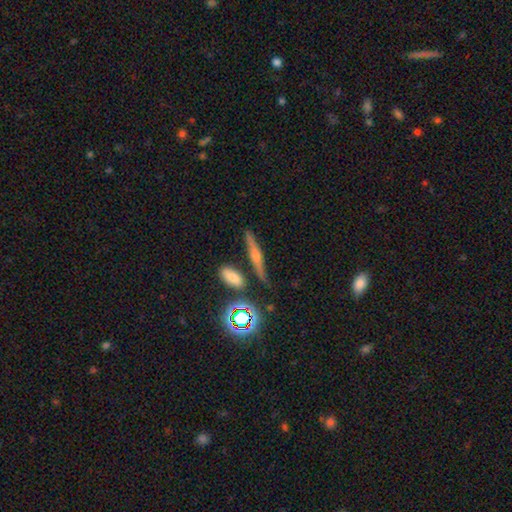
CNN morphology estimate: featured or disk 54%, smooth 30%, star or artifact 16%. Down the decision tree: edge-on disk — yes (92%); merging — none (79%).